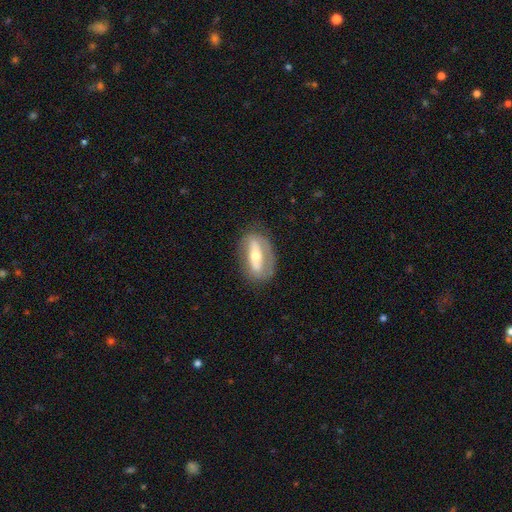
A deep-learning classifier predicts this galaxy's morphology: This appears to be a featured or disk galaxy (65%) with a strong bar (52%), no spiral arms (58%) and a moderate central bulge (57%). Merging: none (70%).